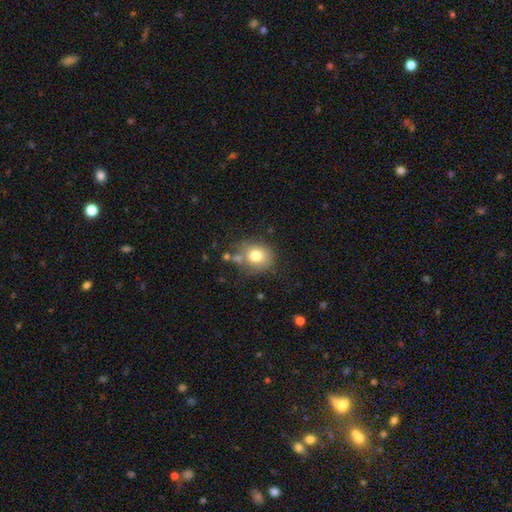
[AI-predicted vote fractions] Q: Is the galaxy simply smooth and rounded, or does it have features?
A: smooth — 76%.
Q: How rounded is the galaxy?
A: round — 74%.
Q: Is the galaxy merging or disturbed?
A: none — 65%.